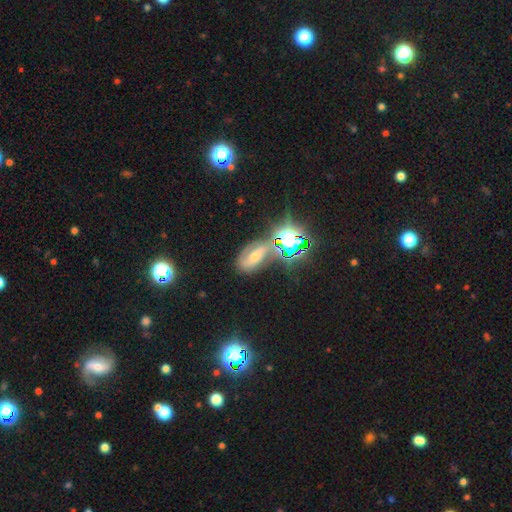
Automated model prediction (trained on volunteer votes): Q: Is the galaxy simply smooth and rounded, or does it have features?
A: featured or disk — 47%.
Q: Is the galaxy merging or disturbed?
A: none — 57%.